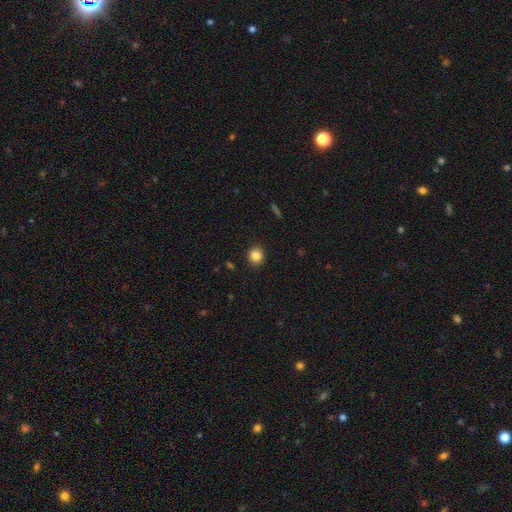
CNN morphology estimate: Overall: smooth (85%). How rounded: round (82%). Merging: none (91%).